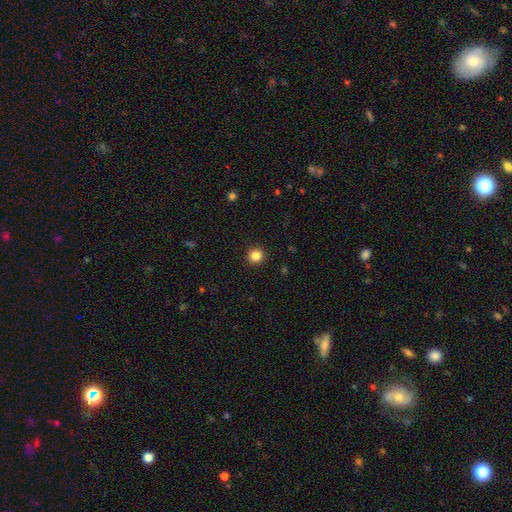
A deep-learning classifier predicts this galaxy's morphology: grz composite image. It shows a smooth galaxy with no disk features (85%) that is round (94%). Merging: none (92%).